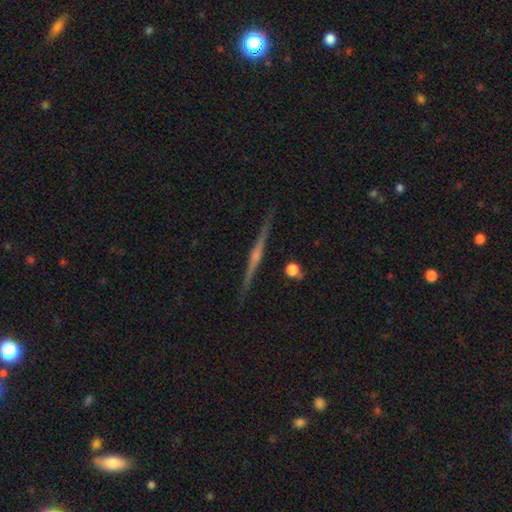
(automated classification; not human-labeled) Smooth or featured? Predicted: featured or disk (p=0.81). Edge-on disk? Predicted: yes (p=0.98). Edge-on bulge? Predicted: rounded (p=0.70). Merging? Predicted: none (p=0.92).